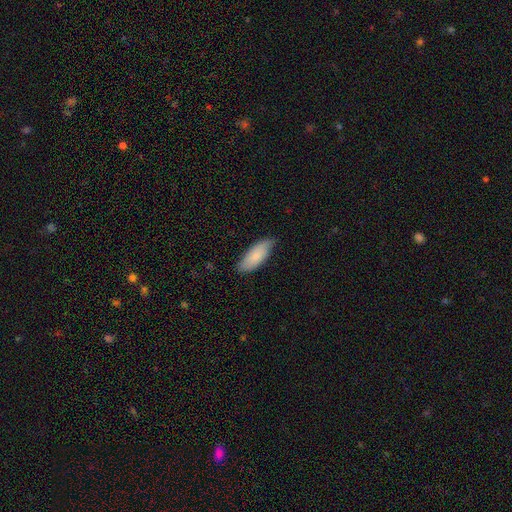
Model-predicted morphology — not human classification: A smooth galaxy with no disk features (81%) that is in between round and cigar-shaped (78%).

Vote fractions:
- Smooth or featured? smooth: 81% / featured or disk: 14% / star or artifact: 6%
- How rounded? in between: 78% / cigar-shaped: 20% / round: 2%
- Merging? none: 74% / minor disturbance: 22% / major disturbance: 3% / merger: 1%